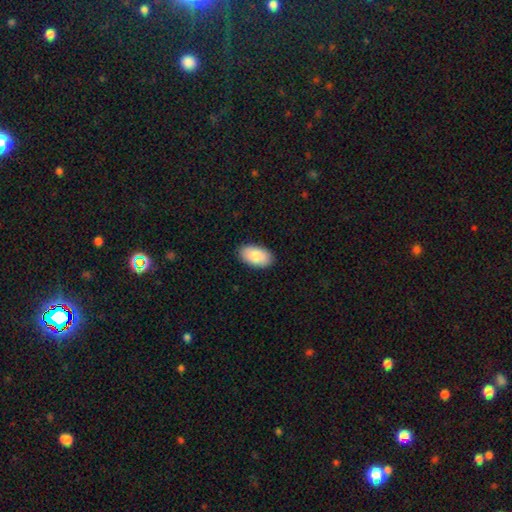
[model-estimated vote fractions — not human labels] A smooth galaxy with no disk features (86%) that is in between round and cigar-shaped (96%). Merging: none (89%).